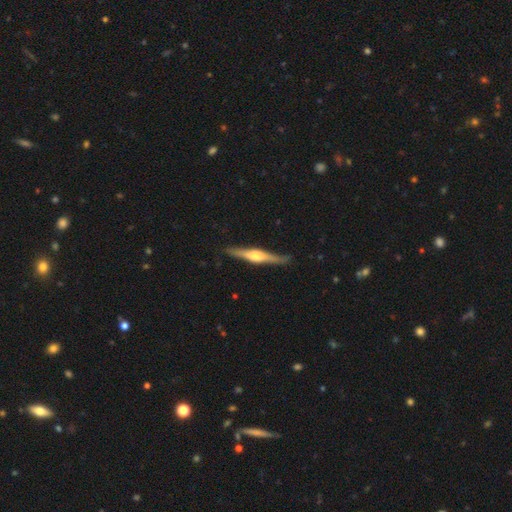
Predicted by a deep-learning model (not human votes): The model was most divided on "smooth or featured": featured or disk: 74%, smooth: 21%, star or artifact: 5%. More confident: edge-on disk — yes (98%); merging — none (86%); edge-on bulge — rounded (85%).